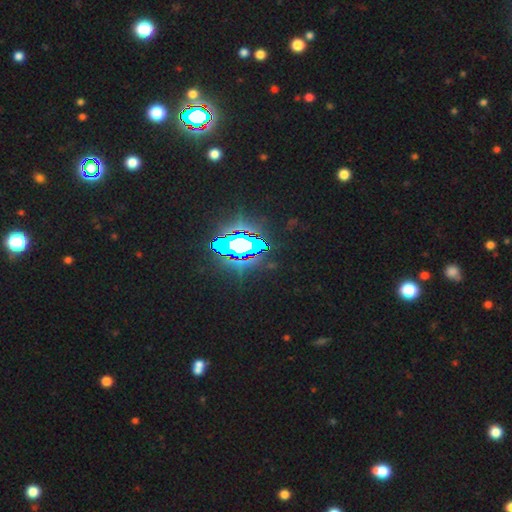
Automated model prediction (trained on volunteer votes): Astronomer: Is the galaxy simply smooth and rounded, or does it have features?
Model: star or artifact — 82%.